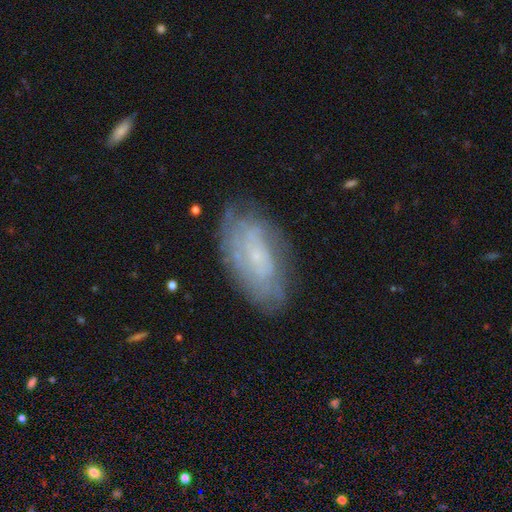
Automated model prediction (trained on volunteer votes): A featured or disk galaxy (62%) with no bar (71%), spiral arms (74%) and a small central bulge (76%).

Vote fractions:
- Smooth or featured? featured or disk: 62% / smooth: 30% / star or artifact: 9%
- Edge-on disk? no: 92% / yes: 8%
- Bar? no: 71% / weak: 24% / strong: 5%
- Spiral arms? yes: 74% / no: 26%
- Bulge size? small: 76% / moderate: 13% / none: 9% / large: 1% / dominant: 1%
- Merging? none: 72% / minor disturbance: 20% / major disturbance: 7% / merger: 2%